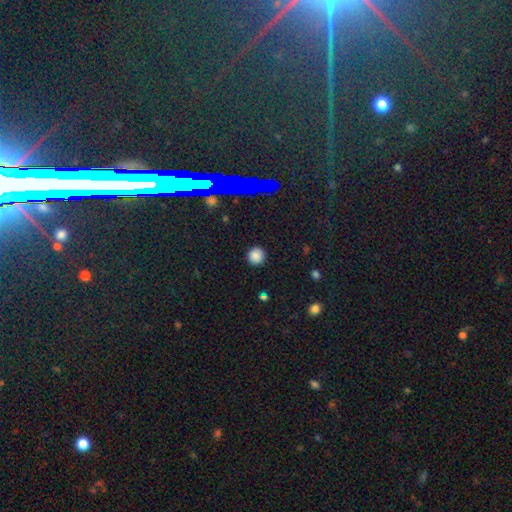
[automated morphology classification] A smooth galaxy with no disk features (82%) that is round (94%). Merging: none (91%).